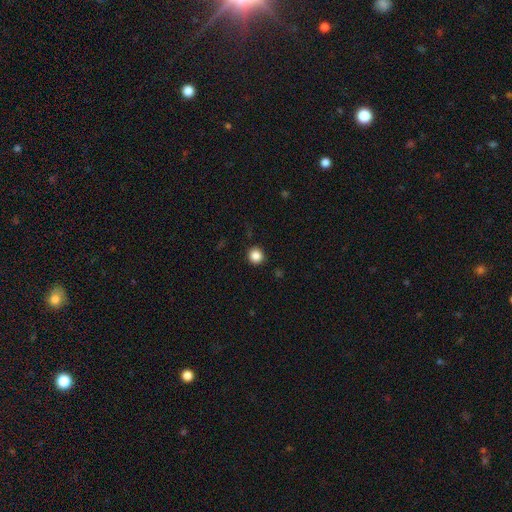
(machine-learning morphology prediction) Overall: smooth (86%). How rounded: round (93%). Merging: none (92%).